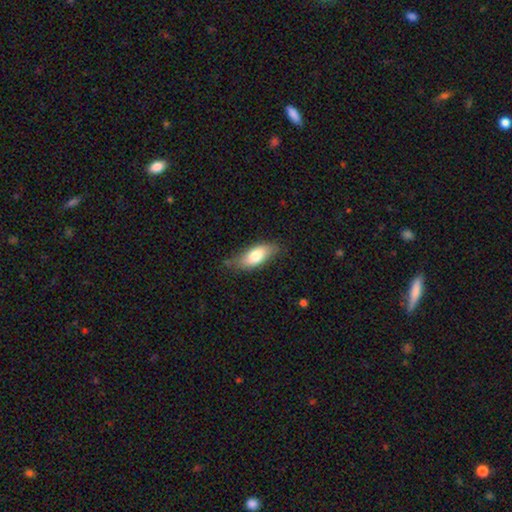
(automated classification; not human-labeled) Smooth or featured: smooth — 75% (featured or disk — 19%)
How rounded: in between — 82% (cigar-shaped — 16%)
Merging: none — 72% (minor disturbance — 22%)